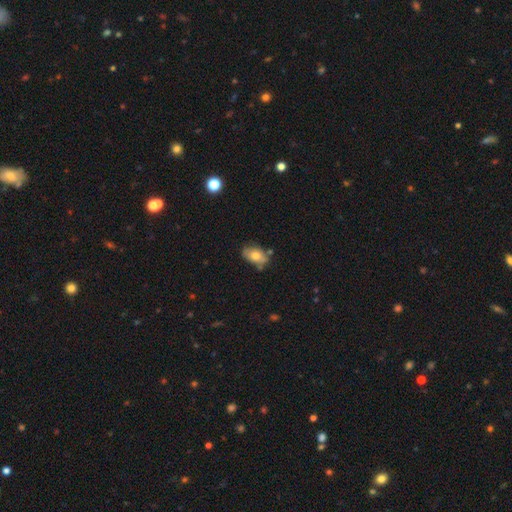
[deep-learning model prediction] Smooth or featured? smooth (70%)
How rounded? in between (89%)
Merging? none (61%)